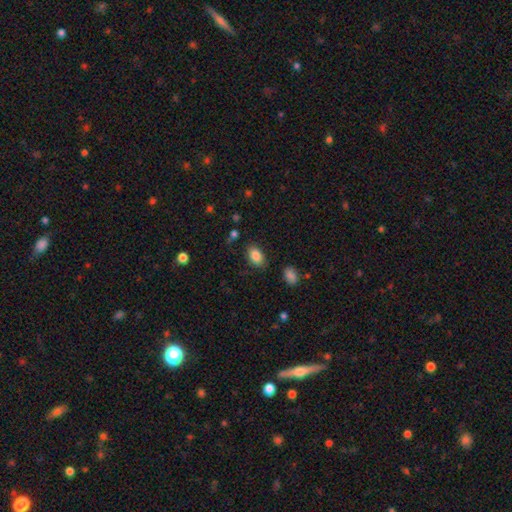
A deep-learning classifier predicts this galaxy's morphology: Overall: smooth (85%). How rounded: in between (90%). Merging: none (83%).